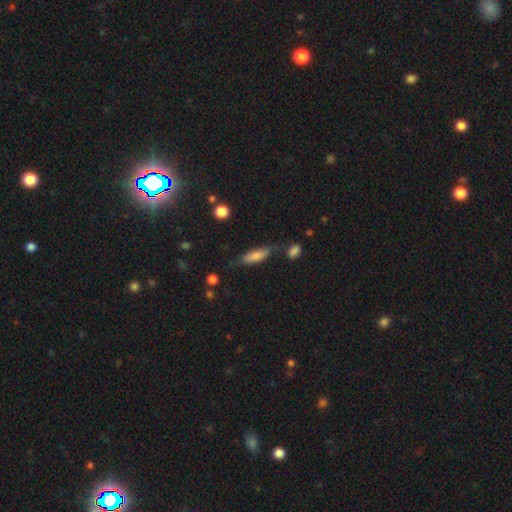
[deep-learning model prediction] Smooth or featured?
  - smooth: 68% *
  - featured or disk: 22%
  - star or artifact: 9%
How rounded?
  - in between: 49% *
  - cigar-shaped: 48%
  - round: 3%
Merging?
  - none: 65% *
  - minor disturbance: 22%
  - major disturbance: 7%
  - merger: 6%